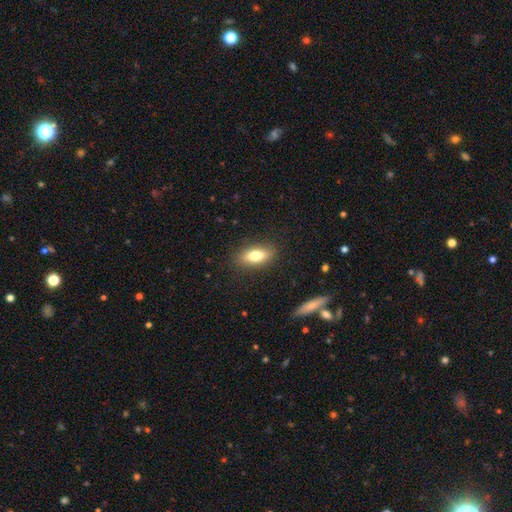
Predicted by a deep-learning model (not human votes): Smooth or featured?
  - smooth: 75% *
  - featured or disk: 18%
  - star or artifact: 8%
How rounded?
  - in between: 78% *
  - cigar-shaped: 17%
  - round: 5%
Merging?
  - none: 86% *
  - minor disturbance: 10%
  - major disturbance: 3%
  - merger: 1%